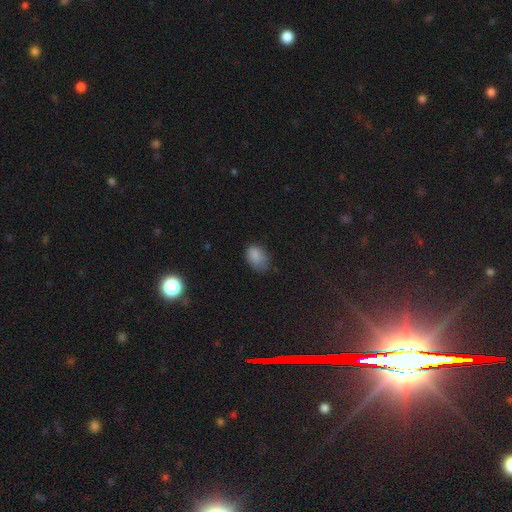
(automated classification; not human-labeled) Morphology: type=smooth (82%); roundness=in between (84%); merging=none (58%).